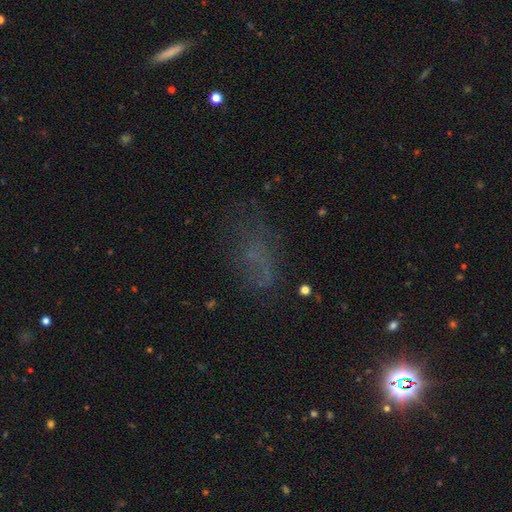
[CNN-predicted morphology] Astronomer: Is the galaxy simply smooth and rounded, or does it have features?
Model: star or artifact — 39% (runner-up: smooth, 38%).